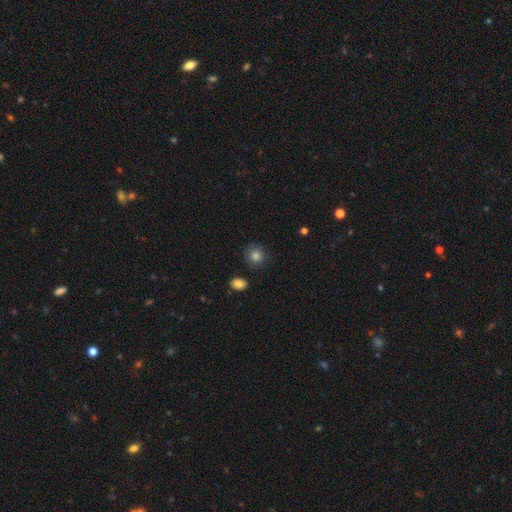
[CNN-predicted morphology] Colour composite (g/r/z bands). It shows a smooth galaxy with no disk features (84%) that is round (86%). Merging: none (83%).